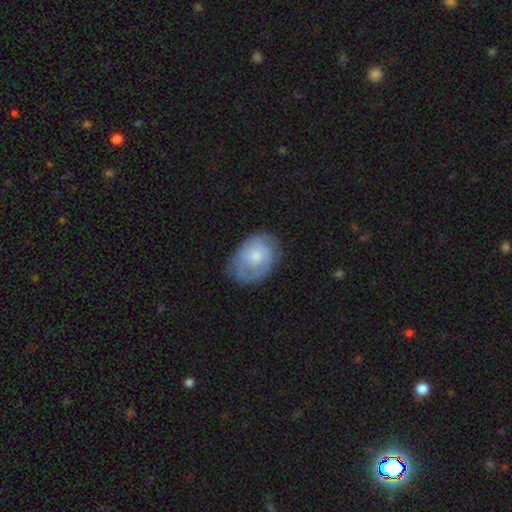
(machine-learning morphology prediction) A featured or disk galaxy (49%).

Vote fractions:
- Smooth or featured? featured or disk: 49% / smooth: 45% / star or artifact: 6%
- Merging? none: 62% / minor disturbance: 26% / major disturbance: 11% / merger: 1%